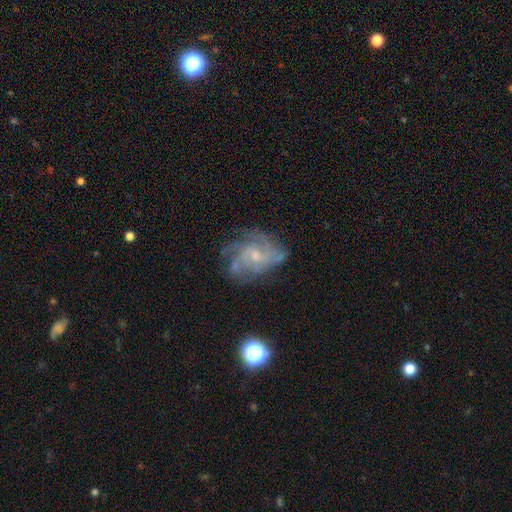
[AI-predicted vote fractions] smooth_or_featured: featured or disk (p=0.80) [alt: smooth p=0.11]
disk_edge_on: no (p=0.97) [alt: yes p=0.03]
bar: no (p=0.61) [alt: weak p=0.35]
has_spiral_arms: yes (p=0.90) [alt: no p=0.10]
spiral_winding: medium (p=0.43) [alt: tight p=0.40]
spiral_arm_count: can't tell (p=0.34) [alt: 4 p=0.21]
bulge_size: small (p=0.64) [alt: moderate p=0.27]
merging: none (p=0.61) [alt: minor disturbance p=0.22]